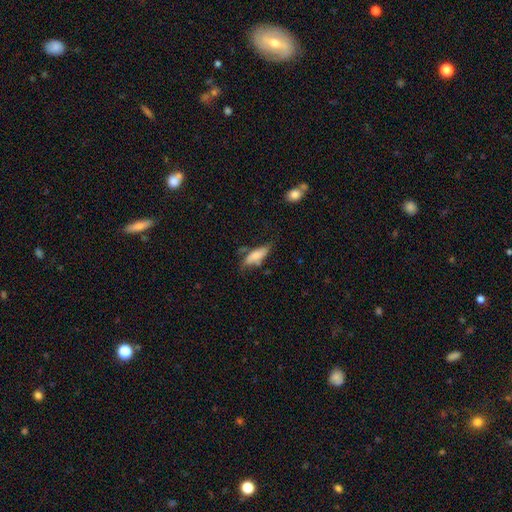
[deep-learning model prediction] This appears to be a smooth galaxy with no disk features (72%) that is in between round and cigar-shaped (60%). Merging: none (50%).